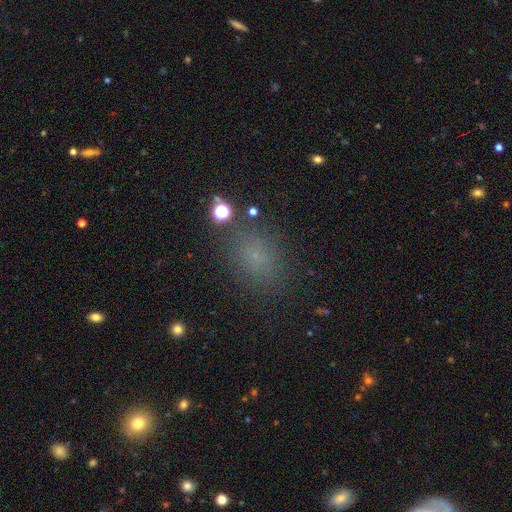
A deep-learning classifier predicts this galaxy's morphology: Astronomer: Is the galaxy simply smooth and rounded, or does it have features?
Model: smooth — 67%.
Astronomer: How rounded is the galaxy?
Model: in between — 61% (runner-up: round, 37%).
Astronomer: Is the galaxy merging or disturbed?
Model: none — 82%.